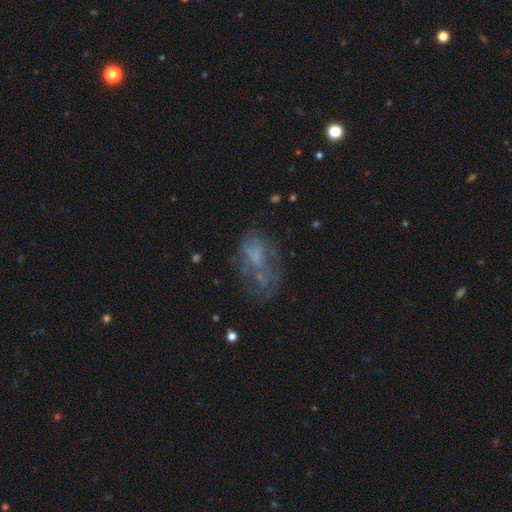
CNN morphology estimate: The model was most divided on "merging": none: 40%, major disturbance: 33%, minor disturbance: 21%, merger: 7%. Remaining: smooth or featured — featured or disk (48%).